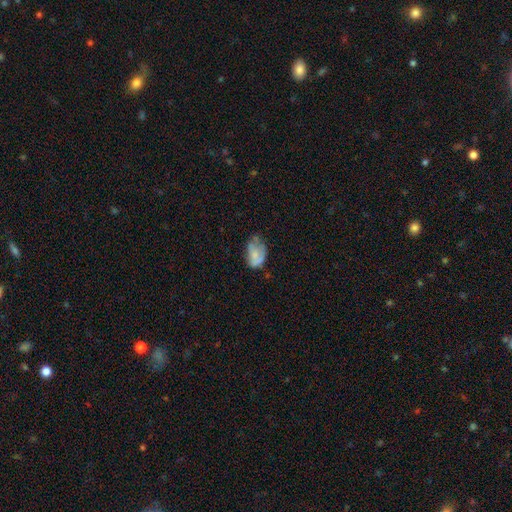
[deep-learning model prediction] A smooth galaxy with no disk features (62%) that is in between round and cigar-shaped (85%).

Vote fractions:
- Smooth or featured? smooth: 62% / featured or disk: 29% / star or artifact: 9%
- How rounded? in between: 85% / round: 14% / cigar-shaped: 1%
- Merging? minor disturbance: 38% / none: 33% / major disturbance: 23% / merger: 6%